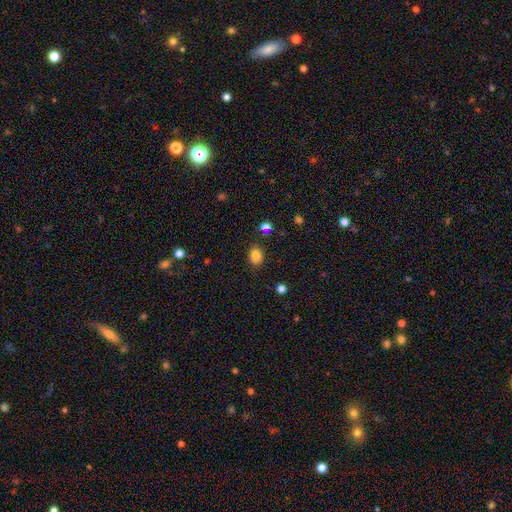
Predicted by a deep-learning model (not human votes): Q: Smooth or featured?
A: smooth (83%); runner-up: star or artifact (11%)
Q: How rounded?
A: in between (64%); runner-up: round (35%)
Q: Merging?
A: none (83%); runner-up: minor disturbance (11%)